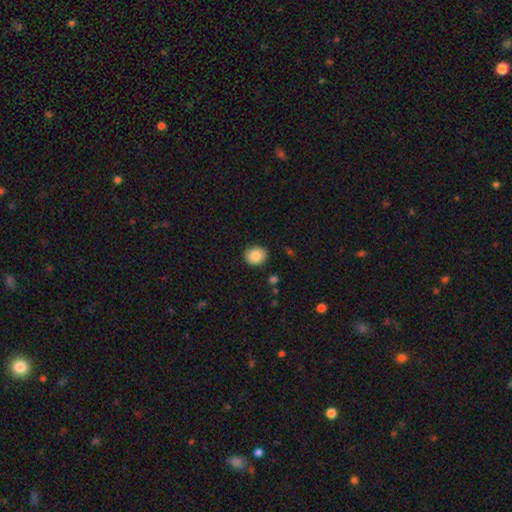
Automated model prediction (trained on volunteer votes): The model was most divided on "how rounded": round: 73%, in between: 26%, cigar-shaped: 1%. More confident: merging — none (87%); smooth or featured — smooth (83%).